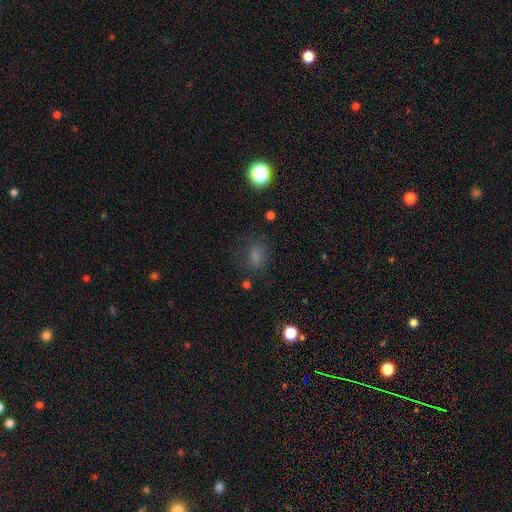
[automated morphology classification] type=smooth (69%); roundness=in between (61%); merging=none (66%).